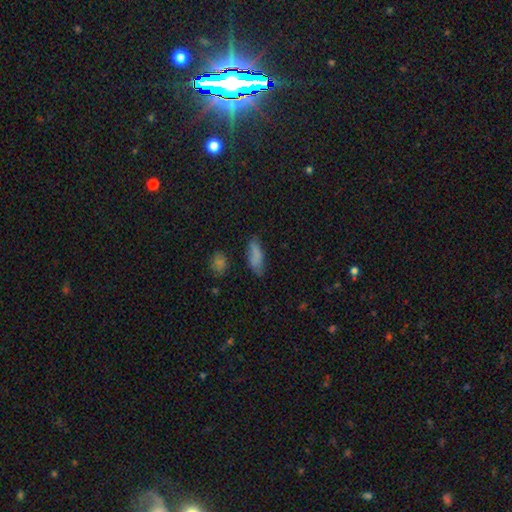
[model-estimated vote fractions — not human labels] Smooth or featured?
  - smooth: 77% *
  - featured or disk: 12%
  - star or artifact: 11%
How rounded?
  - in between: 66% *
  - cigar-shaped: 31%
  - round: 3%
Merging?
  - none: 65% *
  - minor disturbance: 24%
  - major disturbance: 7%
  - merger: 5%